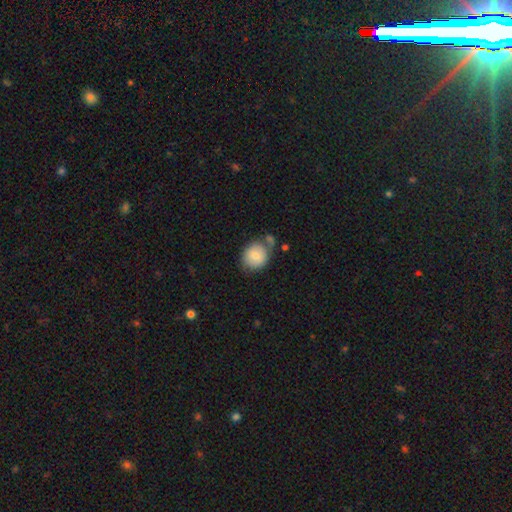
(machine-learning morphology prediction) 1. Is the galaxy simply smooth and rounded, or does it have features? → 80% smooth, 12% featured or disk, 7% star or artifact.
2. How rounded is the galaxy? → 76% round, 23% in between, 1% cigar-shaped.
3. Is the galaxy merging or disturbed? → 58% none, 18% minor disturbance, 17% merger, 6% major disturbance.